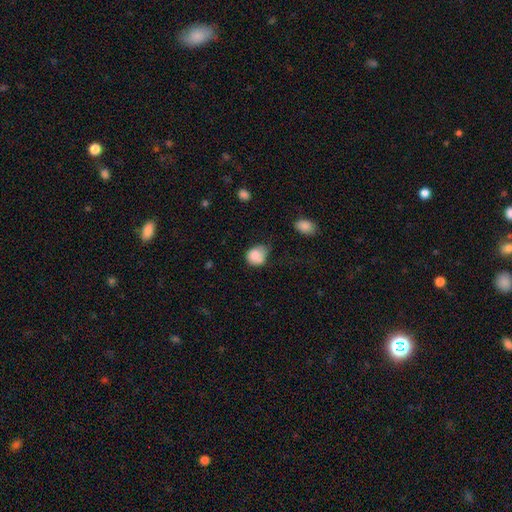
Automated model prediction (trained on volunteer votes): smooth 82%, featured or disk 9%, star or artifact 9%. Down the decision tree: how rounded — round (64%); merging — none (40%).